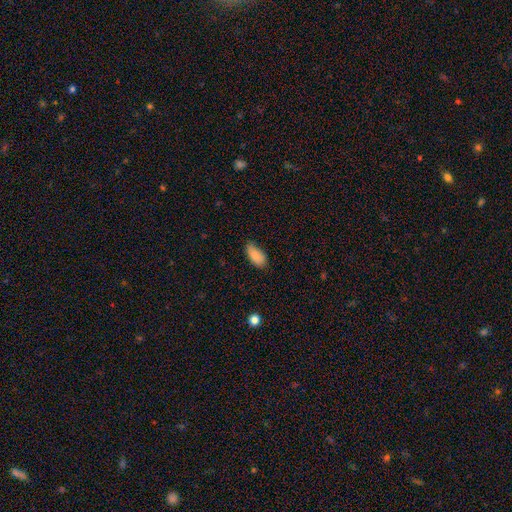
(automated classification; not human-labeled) A smooth galaxy with no disk features (87%) that is in between round and cigar-shaped (91%). Merging: none (70%).